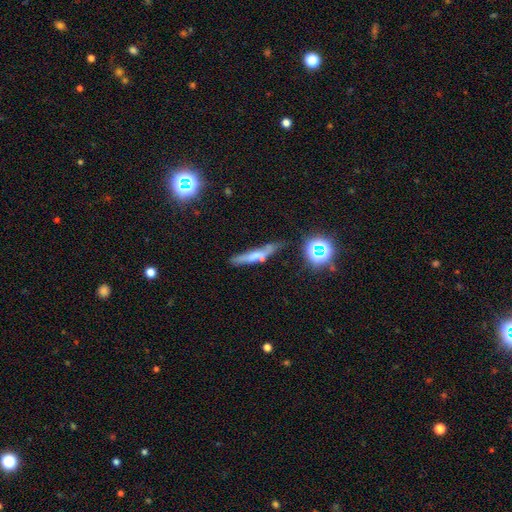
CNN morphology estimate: smooth 53%, featured or disk 33%, star or artifact 13%. Down the decision tree: how rounded — cigar-shaped (86%); merging — none (56%).